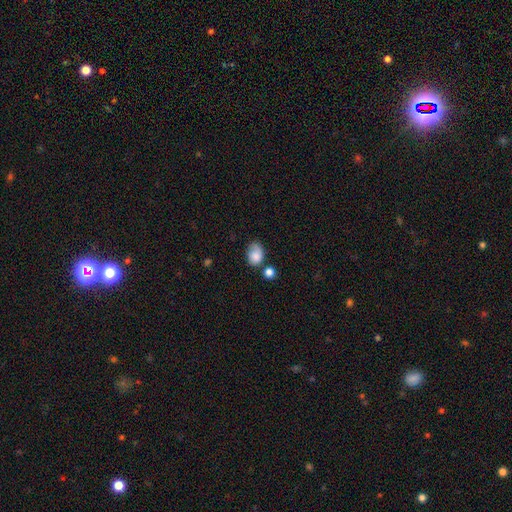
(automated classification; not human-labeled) smooth 82%, featured or disk 10%, star or artifact 9%. Down the decision tree: how rounded — in between (69%); merging — none (45%).